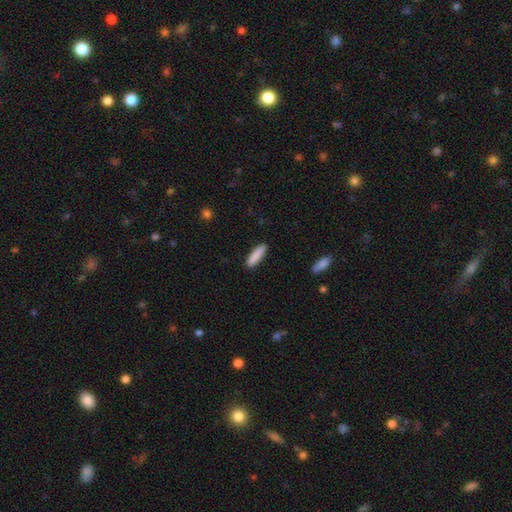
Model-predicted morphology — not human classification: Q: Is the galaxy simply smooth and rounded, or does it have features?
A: smooth — 89%.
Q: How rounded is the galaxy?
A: cigar-shaped — 72%.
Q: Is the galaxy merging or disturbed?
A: none — 90%.